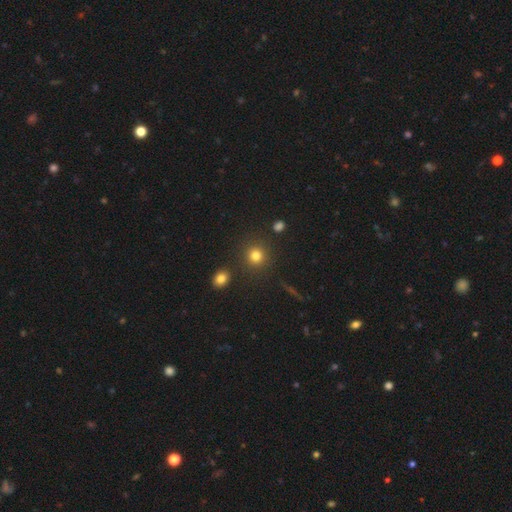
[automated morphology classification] Q: Smooth or featured?
A: smooth (81%); runner-up: star or artifact (12%)
Q: How rounded?
A: round (90%); runner-up: in between (8%)
Q: Merging?
A: none (87%); runner-up: minor disturbance (6%)